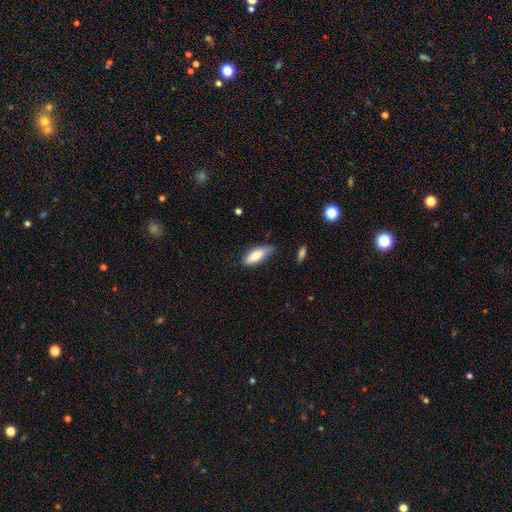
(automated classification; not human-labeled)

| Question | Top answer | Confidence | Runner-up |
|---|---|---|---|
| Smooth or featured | smooth | 77% | featured or disk (17%) |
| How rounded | in between | 74% | cigar-shaped (24%) |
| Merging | none | 61% | minor disturbance (31%) |